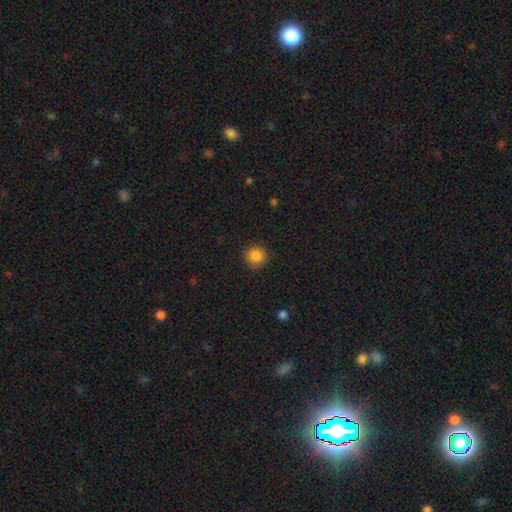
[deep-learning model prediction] A smooth galaxy with no disk features (87%) that is round (94%). Merging: none (90%).